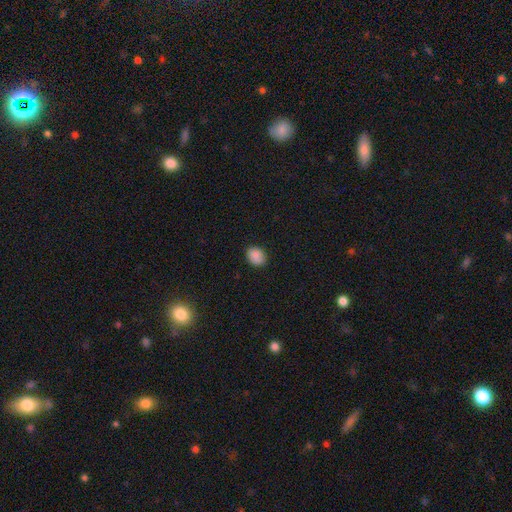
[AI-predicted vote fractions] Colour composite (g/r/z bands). It shows a smooth galaxy with no disk features (88%) that is in between round and cigar-shaped (56%). Merging: none (85%).